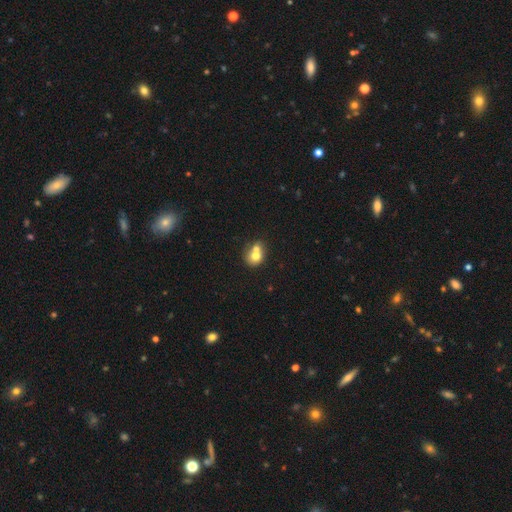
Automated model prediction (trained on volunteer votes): smooth 69%, featured or disk 21%, star or artifact 10%. Down the decision tree: how rounded — round (68%); merging — merger (61%).